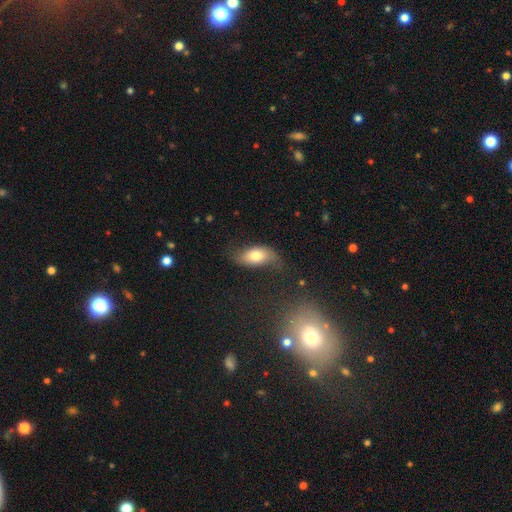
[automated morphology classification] Q: Smooth or featured?
A: smooth (68%); runner-up: featured or disk (24%)
Q: How rounded?
A: in between (90%); runner-up: cigar-shaped (6%)
Q: Merging?
A: none (51%); runner-up: minor disturbance (32%)